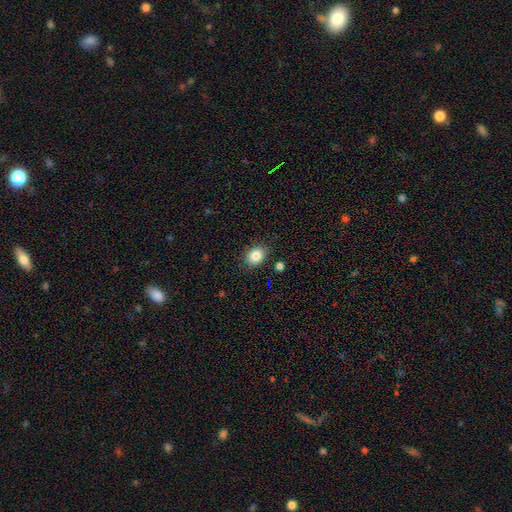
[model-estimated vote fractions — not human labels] The model was most divided on "how rounded": in between: 53%, round: 46%, cigar-shaped: 1%. More confident: merging — none (85%); smooth or featured — smooth (84%).